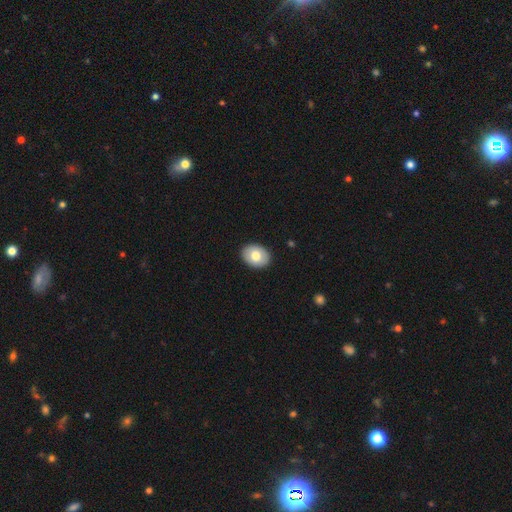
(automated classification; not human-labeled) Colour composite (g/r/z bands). It shows a smooth galaxy with no disk features (73%) that is in between round and cigar-shaped (72%). Merging: none (90%).